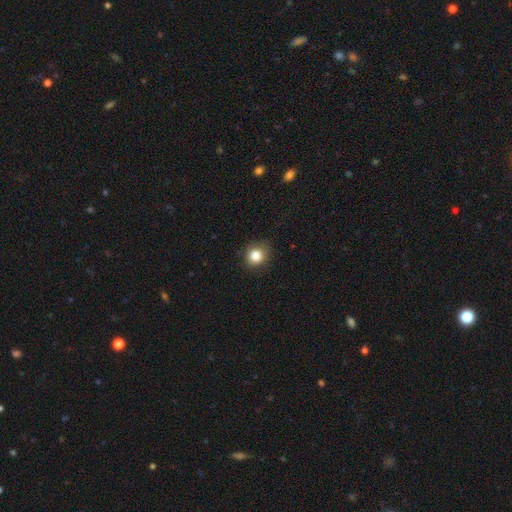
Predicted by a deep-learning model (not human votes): This is clearly a smooth galaxy (82%). How rounded: clearly round (83%). Merging: clearly none (82%).